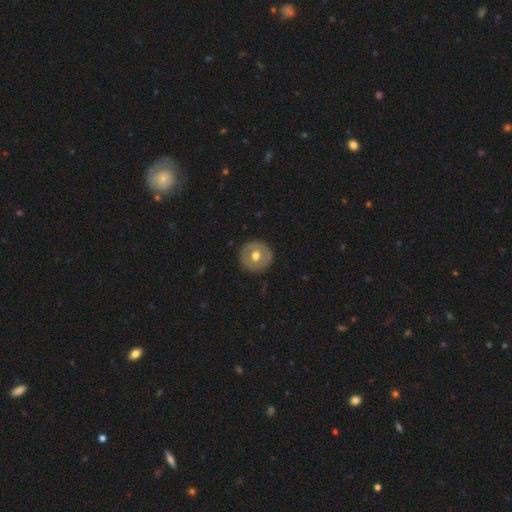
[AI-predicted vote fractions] The model was most divided on "smooth or featured": smooth: 52%, featured or disk: 41%, star or artifact: 6%. More confident: how rounded — round (94%); merging — none (88%).